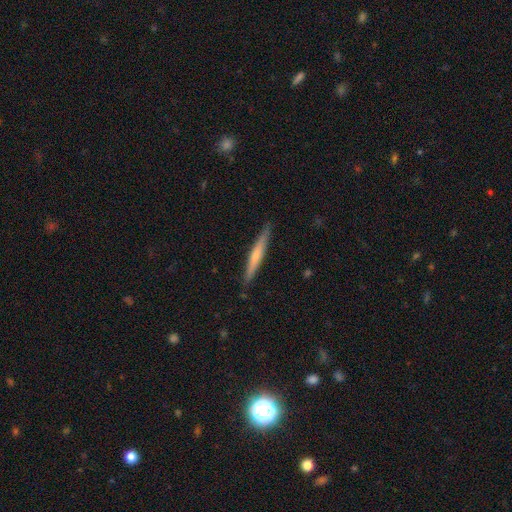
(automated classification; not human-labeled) featured or disk 52%, smooth 43%, star or artifact 6%. Down the decision tree: edge-on disk — yes (96%); merging — none (90%).